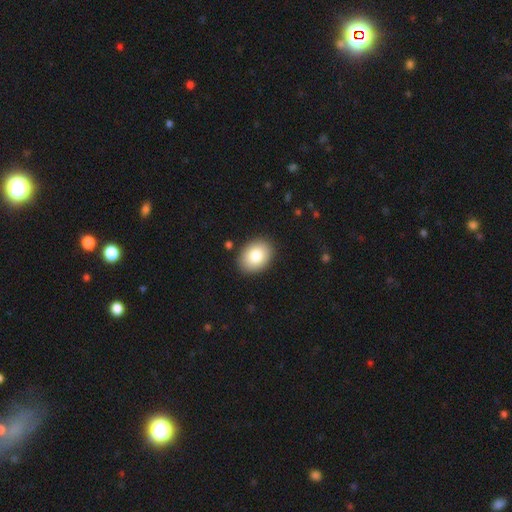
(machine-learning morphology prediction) Smooth or featured? smooth (83%)
How rounded? in between (69%)
Merging? none (89%)